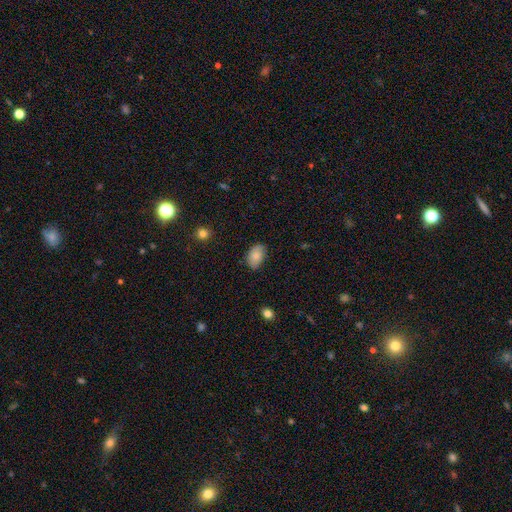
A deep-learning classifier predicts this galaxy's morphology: Smooth or featured?
  - smooth: 82% *
  - featured or disk: 10%
  - star or artifact: 7%
How rounded?
  - in between: 90% *
  - round: 9%
  - cigar-shaped: 1%
Merging?
  - none: 77% *
  - minor disturbance: 19%
  - major disturbance: 3%
  - merger: 1%